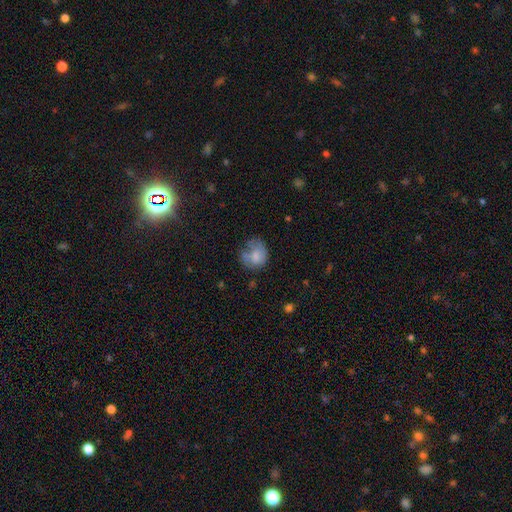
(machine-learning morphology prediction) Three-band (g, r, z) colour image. It shows a smooth galaxy with no disk features (67%) that is round (68%). Merging: none (41%).